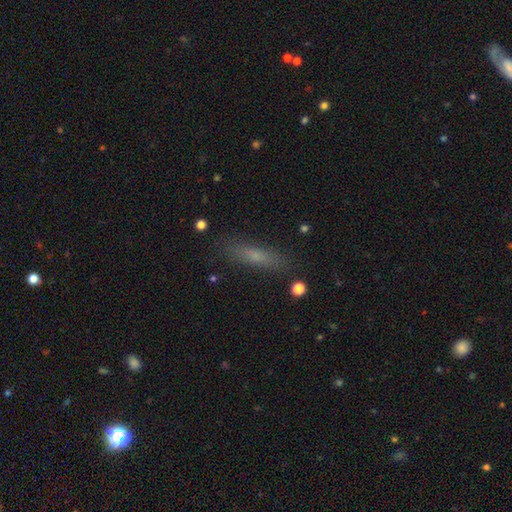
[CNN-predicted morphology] This appears to be a smooth galaxy with no disk features (64%) that is cigar-shaped (77%). Merging: none (84%).